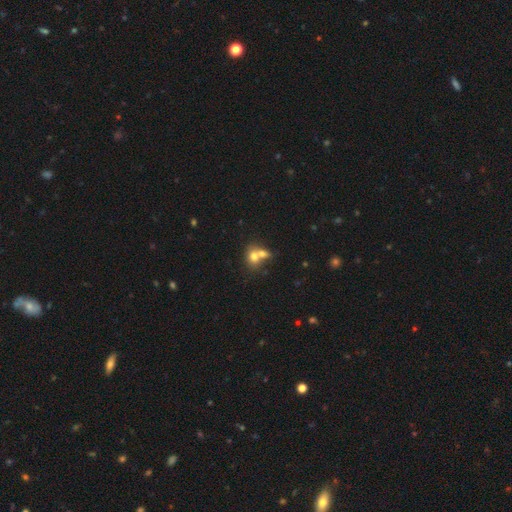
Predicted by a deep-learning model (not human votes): A smooth galaxy with no disk features (71%) that is round (53%). Merging: merger (63%).